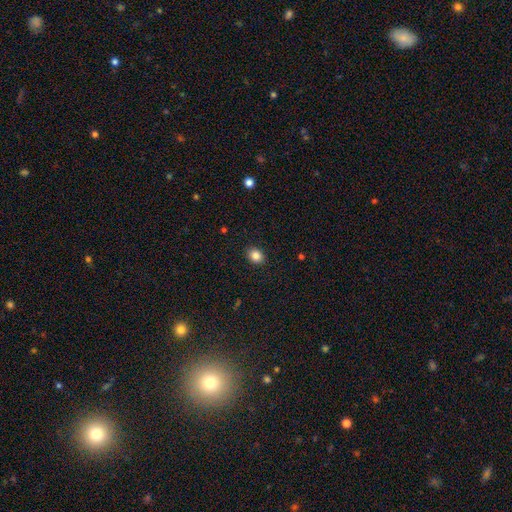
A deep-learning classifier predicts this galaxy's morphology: Q: Smooth or featured?
A: smooth (85%); runner-up: star or artifact (10%)
Q: How rounded?
A: round (50%); runner-up: in between (49%)
Q: Merging?
A: none (91%); runner-up: minor disturbance (7%)